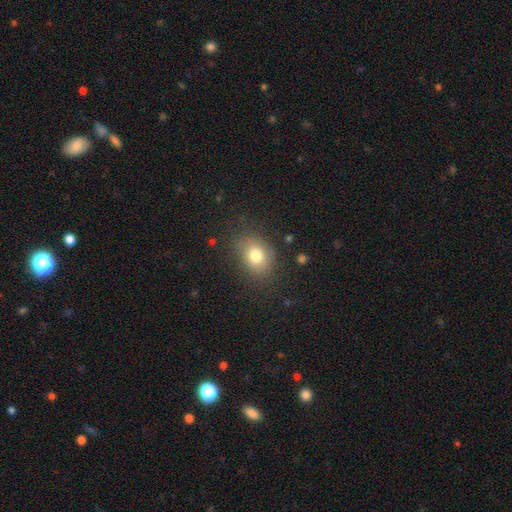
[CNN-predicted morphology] Q: Smooth or featured?
A: smooth (78%); runner-up: star or artifact (11%)
Q: How rounded?
A: in between (57%); runner-up: round (42%)
Q: Merging?
A: none (80%); runner-up: minor disturbance (14%)